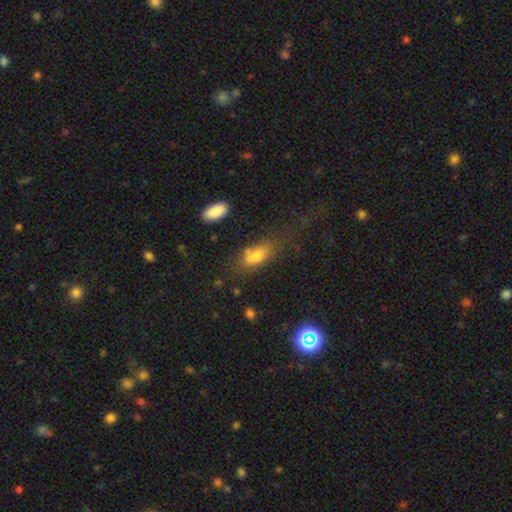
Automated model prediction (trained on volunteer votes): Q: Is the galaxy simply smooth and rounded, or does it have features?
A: smooth — 70%.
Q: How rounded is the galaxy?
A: in between — 75%.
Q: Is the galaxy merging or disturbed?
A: none — 44%.